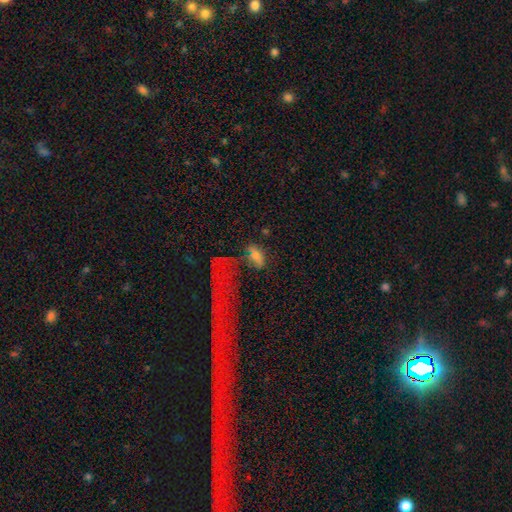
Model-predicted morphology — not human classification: Smooth or featured?
  - smooth: 61% *
  - featured or disk: 23%
  - star or artifact: 16%
How rounded?
  - in between: 81% *
  - cigar-shaped: 10%
  - round: 9%
Merging?
  - none: 44% *
  - minor disturbance: 21%
  - major disturbance: 20%
  - merger: 15%